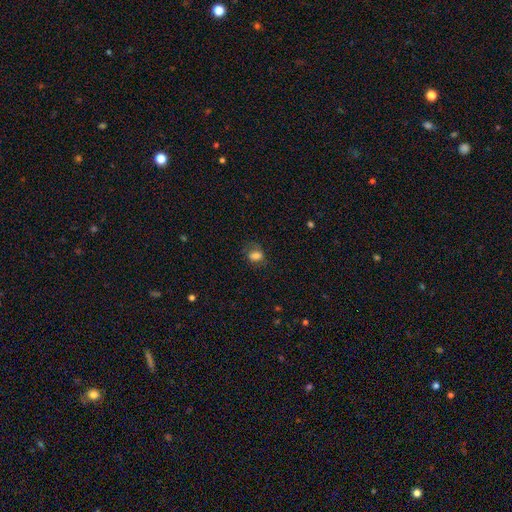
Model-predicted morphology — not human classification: Overall: smooth (76%). How rounded: in between (75%). Merging: none (58%; minor disturbance 25%).